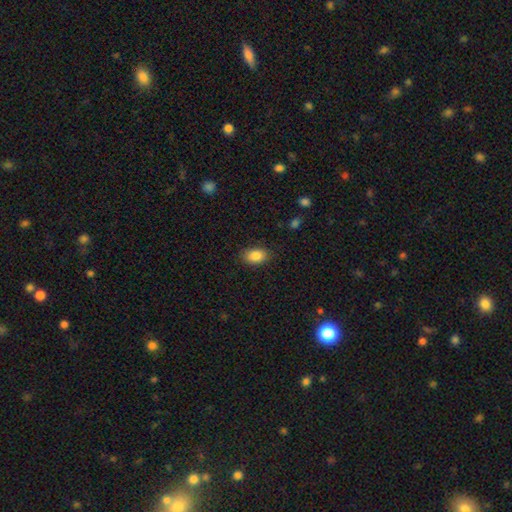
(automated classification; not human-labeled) Smooth or featured?
  - smooth: 86% *
  - star or artifact: 8%
  - featured or disk: 6%
How rounded?
  - in between: 86% *
  - round: 12%
  - cigar-shaped: 1%
Merging?
  - none: 85% *
  - minor disturbance: 11%
  - major disturbance: 3%
  - merger: 1%